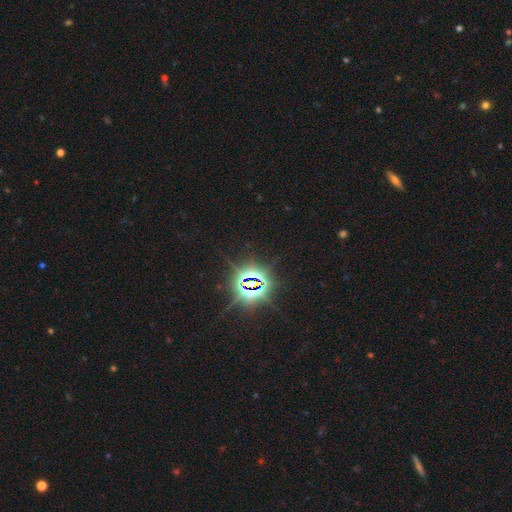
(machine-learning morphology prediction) type=star or artifact (86%).